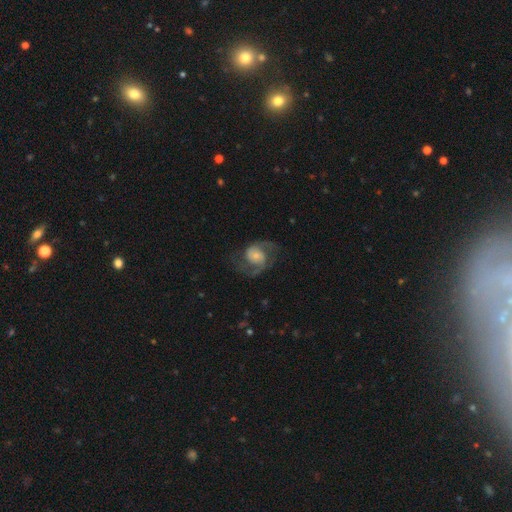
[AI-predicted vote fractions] This is likely a featured or disk galaxy (79%). It is clearly not viewed edge-on (98%). Bar: likely no (63%). Spiral arm pattern: clearly yes (94%). Spiral arm count: clearly 2 (87%). Spiral winding: possibly medium (53%). Central bulge: possibly small (54%). Merging: likely none (64%).